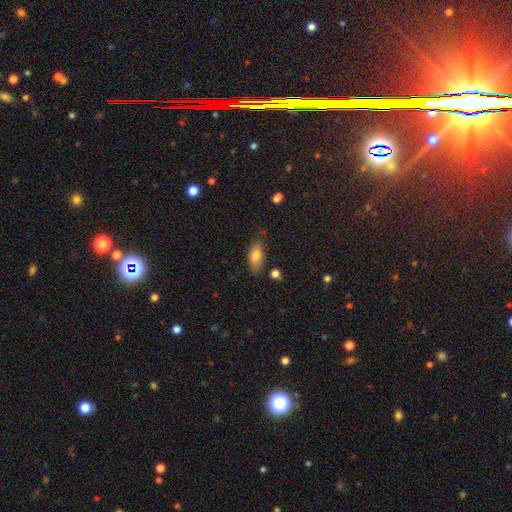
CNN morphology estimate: Smooth or featured: smooth — 81% (featured or disk — 11%)
How rounded: in between — 86% (cigar-shaped — 11%)
Merging: none — 76% (minor disturbance — 17%)